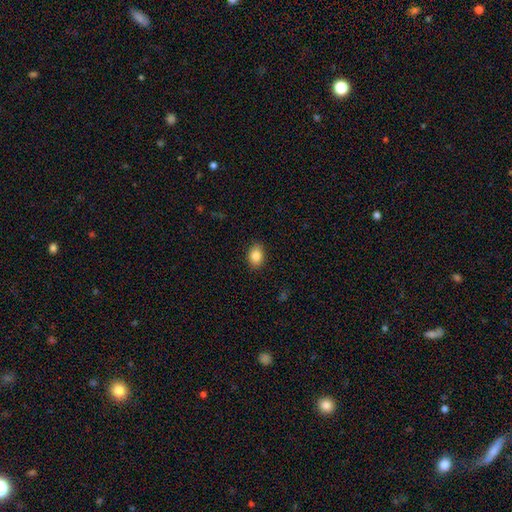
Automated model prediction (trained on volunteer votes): Morphology: type=smooth (85%); roundness=in between (77%); merging=none (88%).